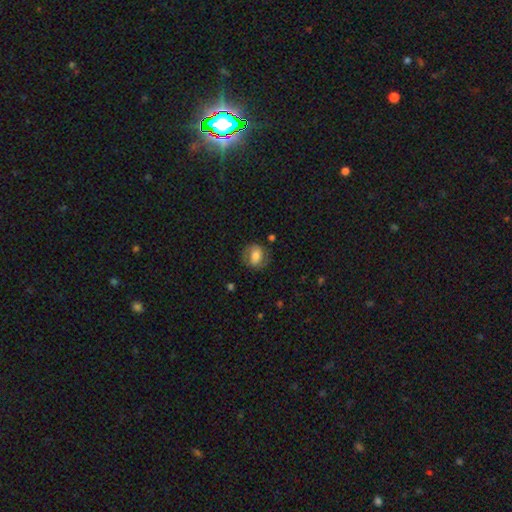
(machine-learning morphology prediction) A smooth galaxy with no disk features (59%) that is round (56%).

Vote fractions:
- Smooth or featured? smooth: 59% / featured or disk: 33% / star or artifact: 8%
- How rounded? round: 56% / in between: 42% / cigar-shaped: 1%
- Merging? none: 71% / minor disturbance: 18% / major disturbance: 9% / merger: 2%